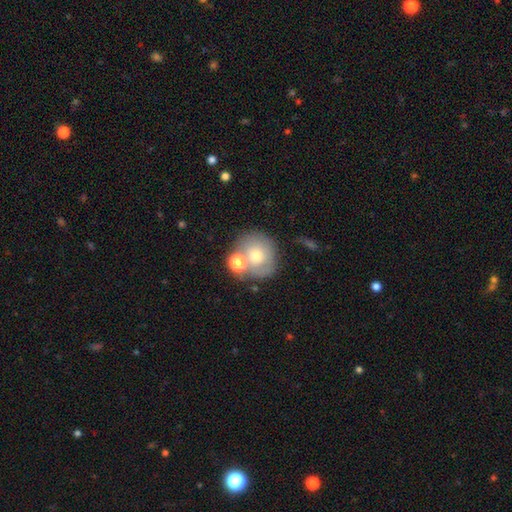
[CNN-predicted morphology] Smooth or featured? smooth (61%)
How rounded? round (82%)
Merging? none (52%)